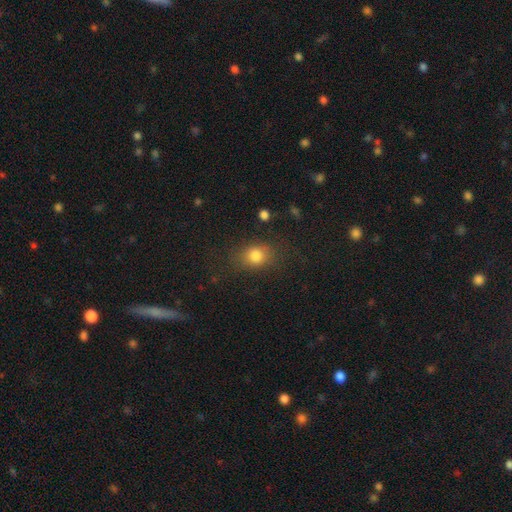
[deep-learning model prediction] Q: Smooth or featured?
A: smooth (81%); runner-up: star or artifact (12%)
Q: How rounded?
A: in between (51%); runner-up: round (47%)
Q: Merging?
A: none (77%); runner-up: minor disturbance (15%)